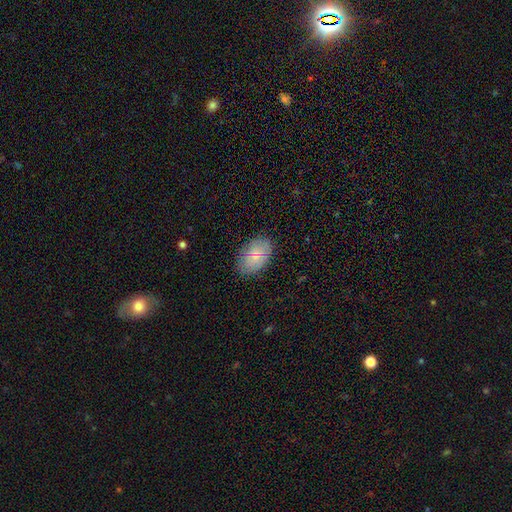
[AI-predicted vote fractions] Smooth or featured: smooth — 71% (featured or disk — 22%)
How rounded: in between — 90% (round — 9%)
Merging: none — 82% (minor disturbance — 14%)